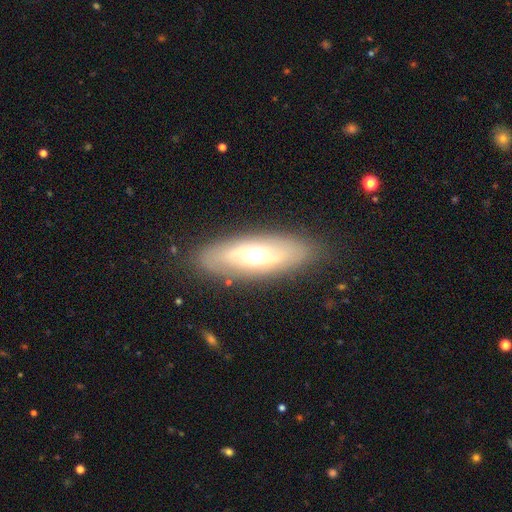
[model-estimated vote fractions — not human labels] Morphology: type=featured or disk (57%); edge-on=no (73%); merging=none (84%).